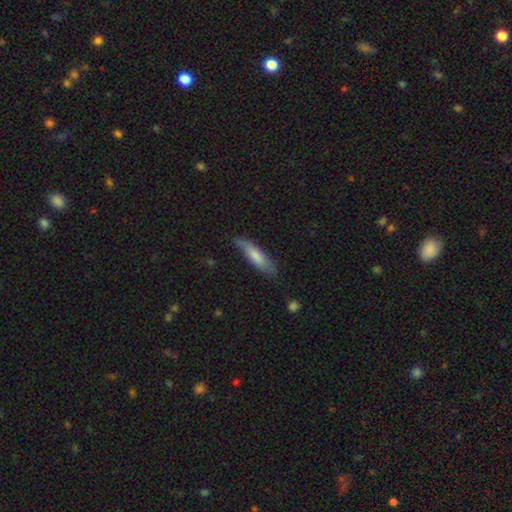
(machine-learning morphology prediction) This is likely a smooth galaxy (70%). How rounded: likely cigar-shaped (69%). Merging: likely none (66%).